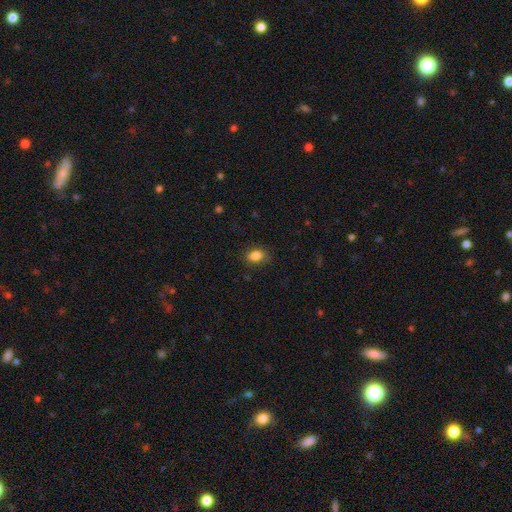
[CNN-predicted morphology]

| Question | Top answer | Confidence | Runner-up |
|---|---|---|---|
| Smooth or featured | smooth | 85% | star or artifact (9%) |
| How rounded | in between | 78% | round (20%) |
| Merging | none | 84% | minor disturbance (12%) |